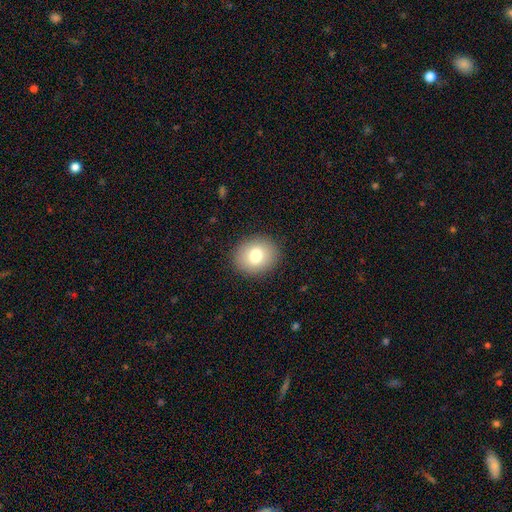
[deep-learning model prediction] smooth 77%, featured or disk 13%, star or artifact 9%. Down the decision tree: how rounded — round (67%); merging — none (89%).